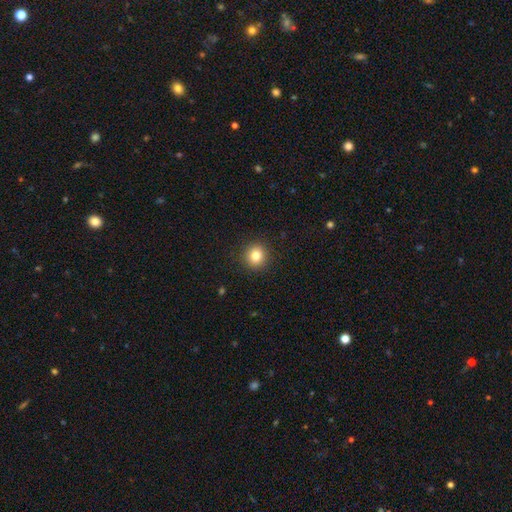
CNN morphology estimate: smooth_or_featured: smooth (p=0.82) [alt: star or artifact p=0.11]
how_rounded: round (p=0.92) [alt: in between p=0.07]
merging: none (p=0.92) [alt: minor disturbance p=0.05]